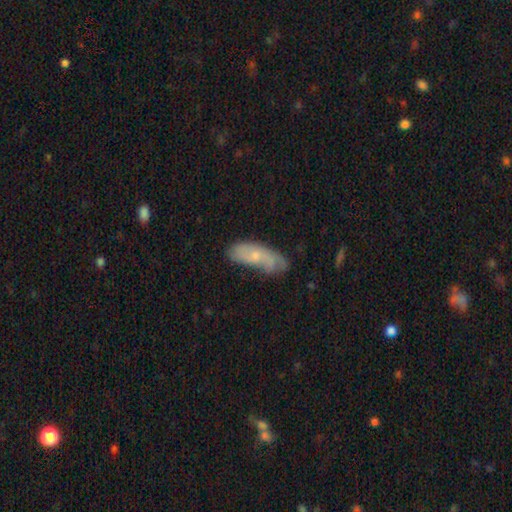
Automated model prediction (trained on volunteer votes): smooth_or_featured: smooth (p=0.56) [alt: featured or disk p=0.37]
how_rounded: in between (p=0.58) [alt: cigar-shaped p=0.40]
merging: none (p=0.49) [alt: minor disturbance p=0.34]